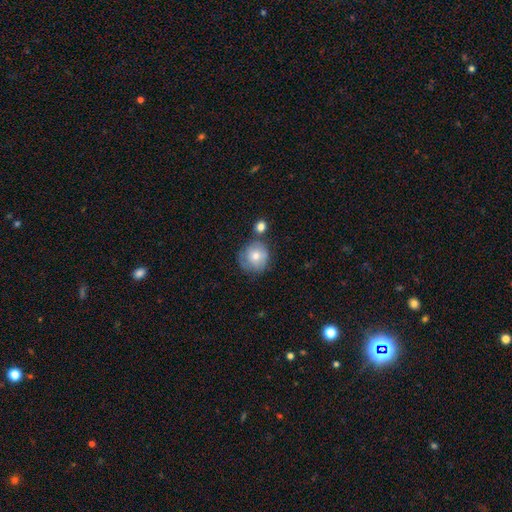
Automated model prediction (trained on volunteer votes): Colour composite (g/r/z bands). It shows a smooth galaxy with no disk features (63%) that is round (88%). Merging: none (57%).